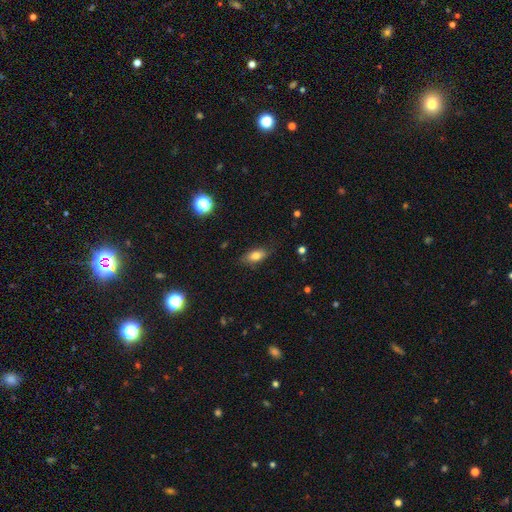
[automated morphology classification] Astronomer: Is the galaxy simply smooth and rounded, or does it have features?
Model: smooth — 77%.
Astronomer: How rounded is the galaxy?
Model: in between — 85%.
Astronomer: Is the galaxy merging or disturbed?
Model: none — 78%.